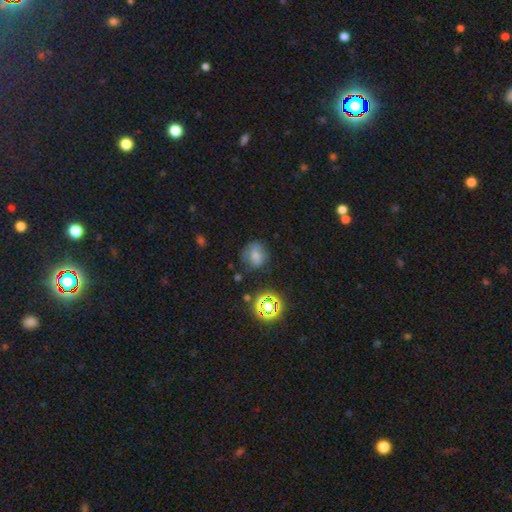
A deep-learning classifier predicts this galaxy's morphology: The model was most divided on "merging": none: 62%, minor disturbance: 24%, major disturbance: 11%, merger: 3%. More confident: how rounded — round (72%); smooth or featured — smooth (65%).